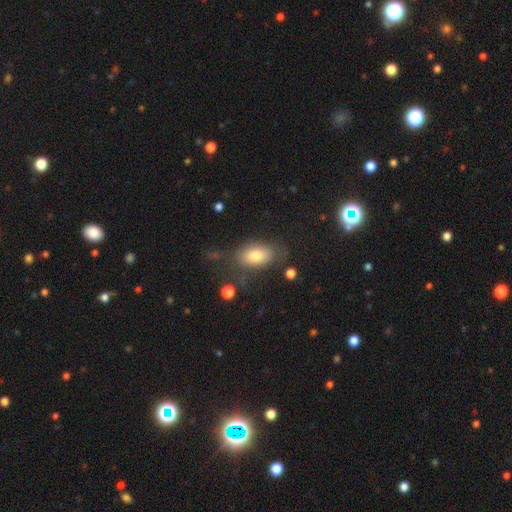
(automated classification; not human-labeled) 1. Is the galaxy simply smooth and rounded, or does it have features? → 76% smooth, 14% featured or disk, 10% star or artifact.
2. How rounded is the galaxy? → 86% in between, 12% round, 2% cigar-shaped.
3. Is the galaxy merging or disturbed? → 64% none, 20% minor disturbance, 12% major disturbance, 4% merger.